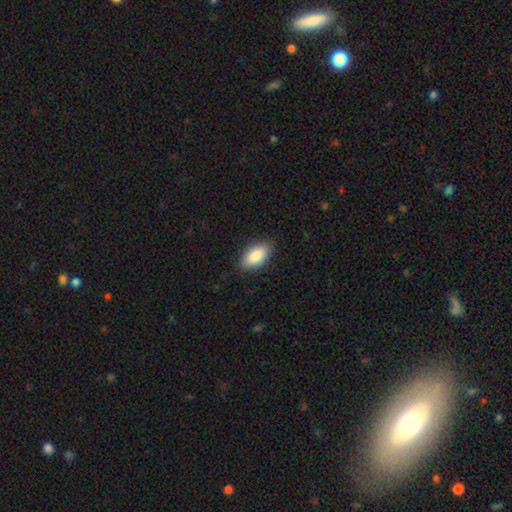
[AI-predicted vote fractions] A smooth galaxy with no disk features (88%) that is in between round and cigar-shaped (93%).

Vote fractions:
- Smooth or featured? smooth: 88% / star or artifact: 6% / featured or disk: 6%
- How rounded? in between: 93% / cigar-shaped: 4% / round: 3%
- Merging? none: 85% / minor disturbance: 12% / major disturbance: 2% / merger: 1%